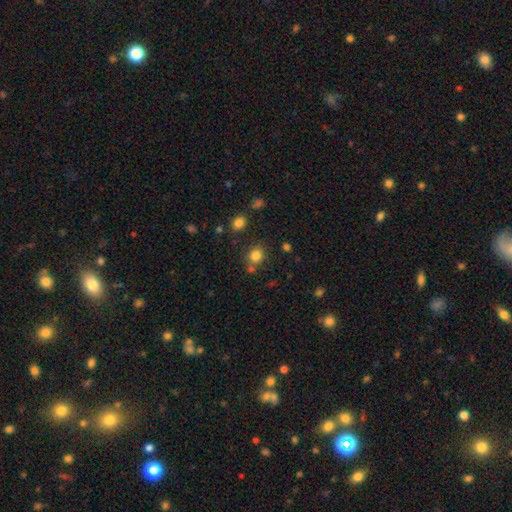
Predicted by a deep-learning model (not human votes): smooth-or-featured: smooth: 80% | star or artifact: 13% | featured or disk: 6%
  how-rounded: round: 78% | in between: 21% | cigar-shaped: 1%
  merging: none: 72% | merger: 13% | minor disturbance: 11% | major disturbance: 4%